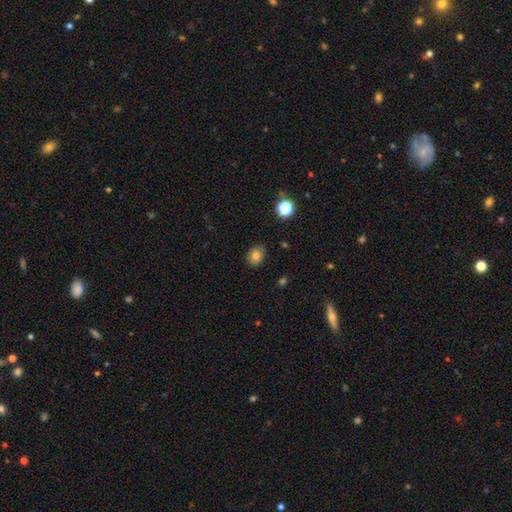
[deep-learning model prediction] smooth 79%, star or artifact 12%, featured or disk 9%. Down the decision tree: how rounded — in between (52%); merging — none (83%).